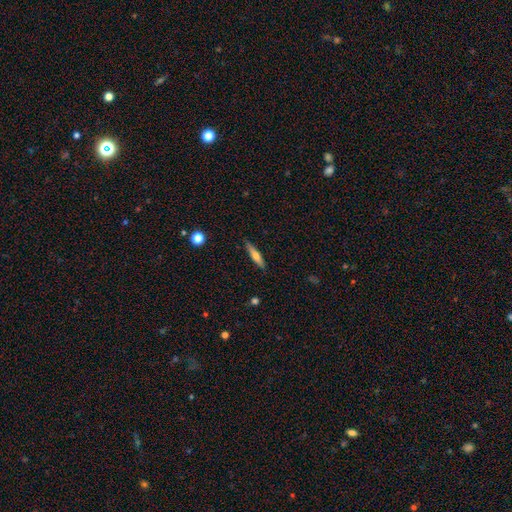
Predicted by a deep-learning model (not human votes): The model was most divided on "smooth or featured": smooth: 55%, featured or disk: 38%, star or artifact: 7%. More confident: merging — none (88%); how rounded — cigar-shaped (83%).